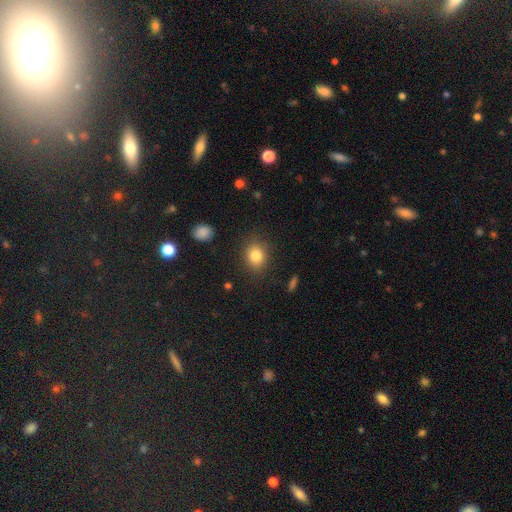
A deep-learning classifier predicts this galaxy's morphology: A smooth galaxy with no disk features (82%) that is round (53%). Merging: none (85%).